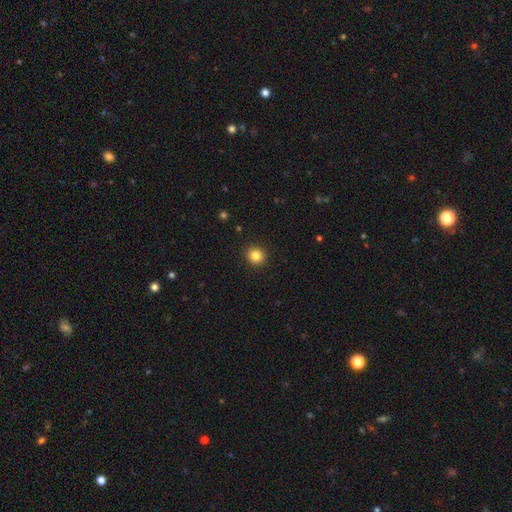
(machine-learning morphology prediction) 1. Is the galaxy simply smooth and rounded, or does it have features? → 84% smooth, 11% star or artifact, 6% featured or disk.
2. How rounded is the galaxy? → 89% round, 10% in between, 1% cigar-shaped.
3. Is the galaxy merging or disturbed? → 92% none, 5% minor disturbance, 2% major disturbance, 1% merger.